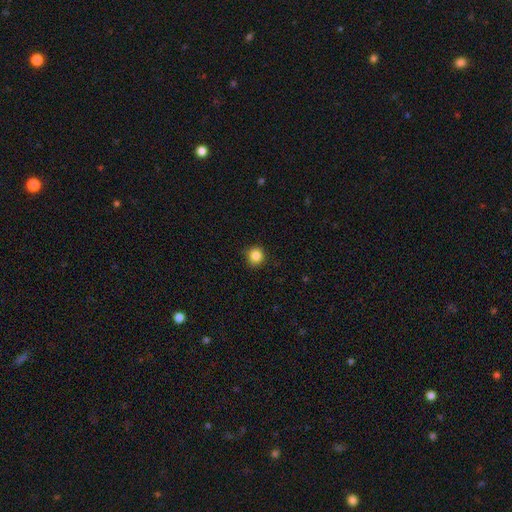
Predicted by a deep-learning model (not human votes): The model was most divided on "smooth or featured": smooth: 85%, star or artifact: 11%, featured or disk: 4%. More confident: how rounded — round (92%); merging — none (89%).